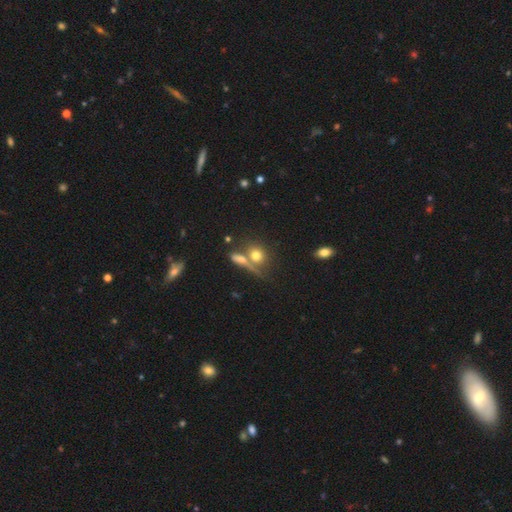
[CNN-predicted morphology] This is likely a smooth galaxy (71%). How rounded: likely round (62%). Merging: possibly none (45%).